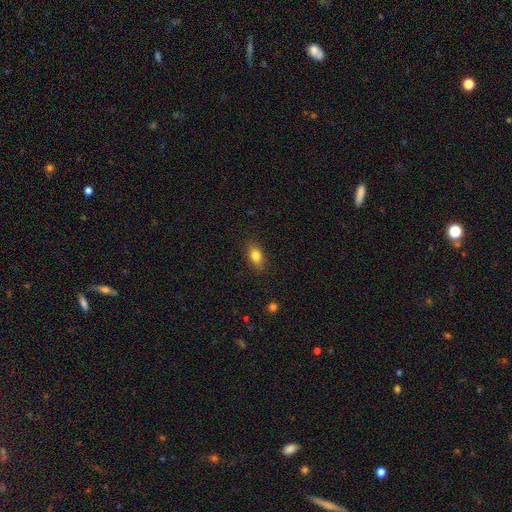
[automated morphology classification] Smooth or featured: smooth — 81% (featured or disk — 10%)
How rounded: in between — 83% (round — 10%)
Merging: none — 86% (minor disturbance — 10%)